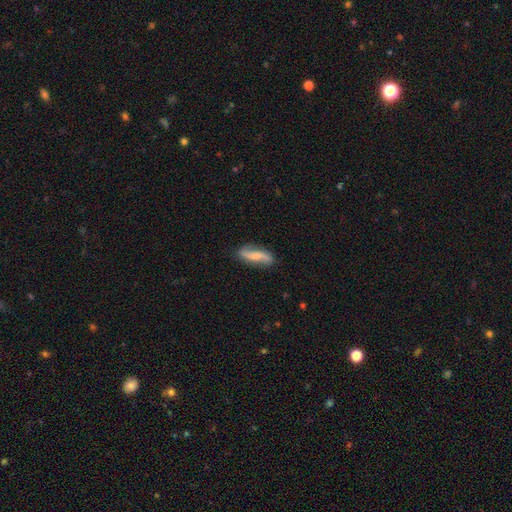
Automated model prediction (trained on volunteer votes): Smooth or featured?
  - featured or disk: 51% *
  - smooth: 42%
  - star or artifact: 7%
Edge-on disk?
  - no: 81% *
  - yes: 19%
Merging?
  - none: 79% *
  - minor disturbance: 15%
  - major disturbance: 4%
  - merger: 2%